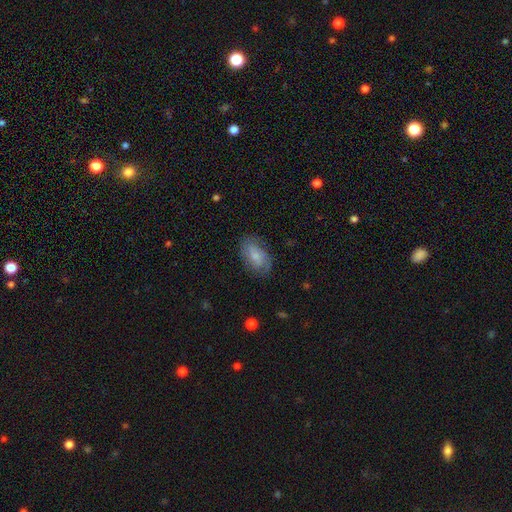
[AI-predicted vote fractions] Overall: smooth (56%; featured or disk 36%). How rounded: in between (90%). Merging: none (74%).